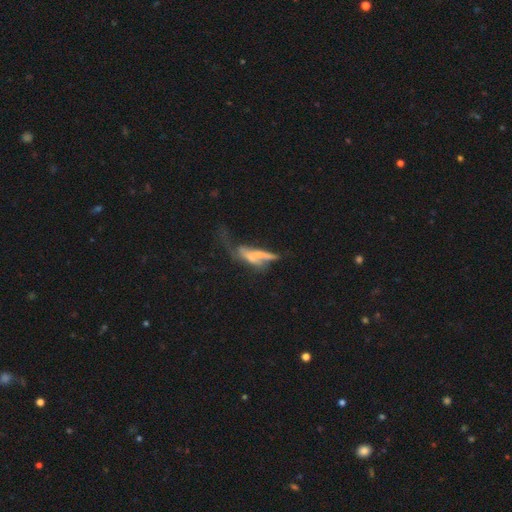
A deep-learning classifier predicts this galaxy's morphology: Overall: featured or disk (50%; smooth 38%). Edge-on disk: no (59%; yes 41%). Merging: merger (37%; major disturbance 31%).